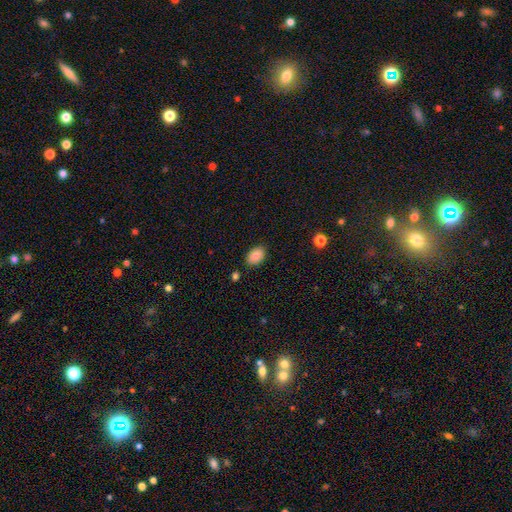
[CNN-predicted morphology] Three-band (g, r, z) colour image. It shows a smooth galaxy with no disk features (89%) that is in between round and cigar-shaped (88%). Merging: none (84%).